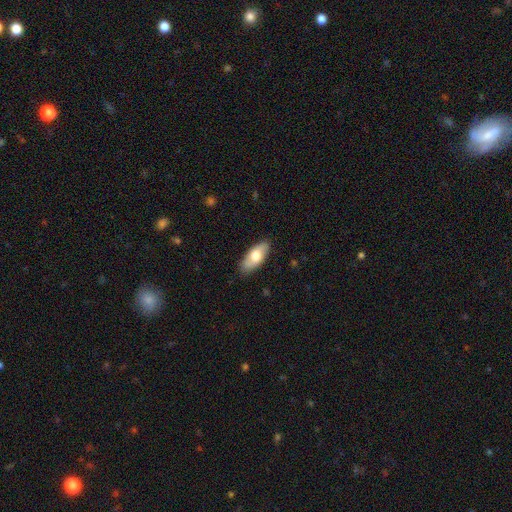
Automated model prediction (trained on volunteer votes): smooth 68%, featured or disk 26%, star or artifact 5%. Down the decision tree: how rounded — in between (84%); merging — none (85%).